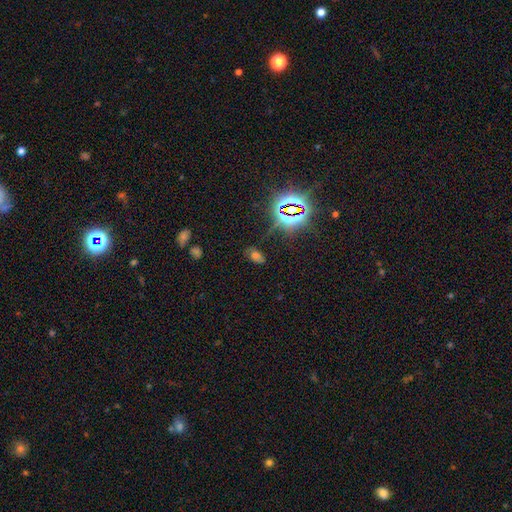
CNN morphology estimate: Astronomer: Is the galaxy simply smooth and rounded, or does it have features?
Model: star or artifact — 44%, tied with smooth at 44%.